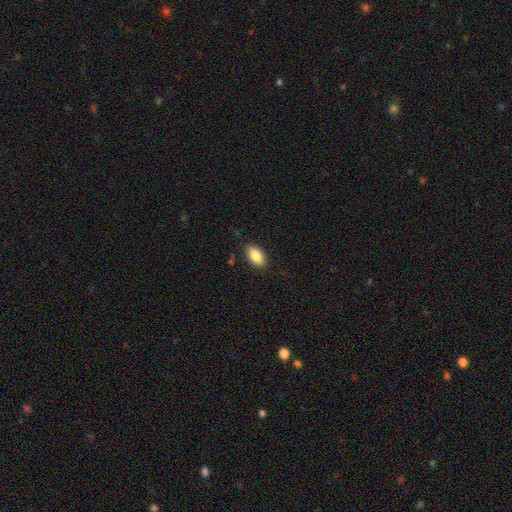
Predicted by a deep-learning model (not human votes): Smooth or featured? Predicted: smooth (p=0.87). How rounded? Predicted: in between (p=0.92). Merging? Predicted: none (p=0.87).